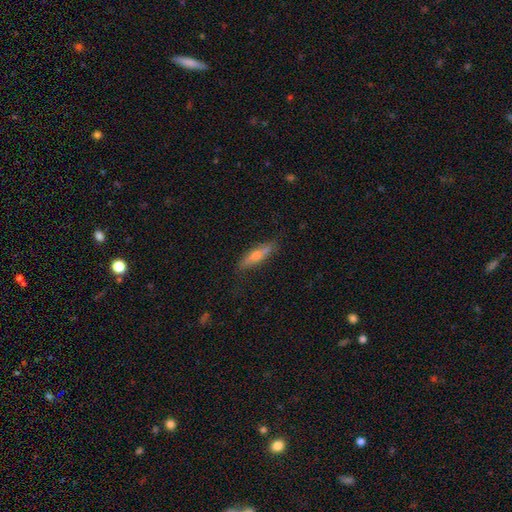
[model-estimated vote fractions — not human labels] This is possibly a smooth galaxy (50%). Merging: likely none (74%).